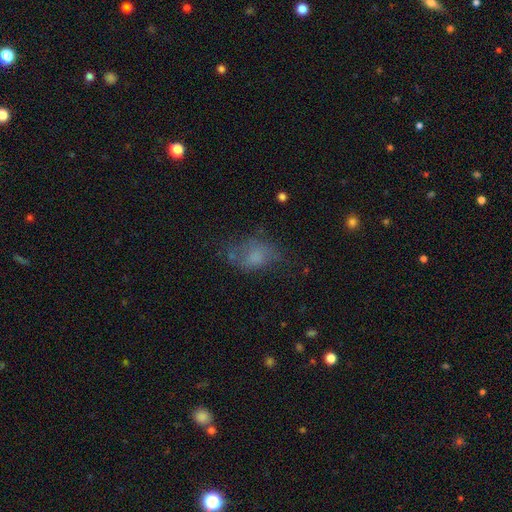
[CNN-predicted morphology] Smooth or featured? smooth (60%)
How rounded? in between (79%)
Merging? none (47%)